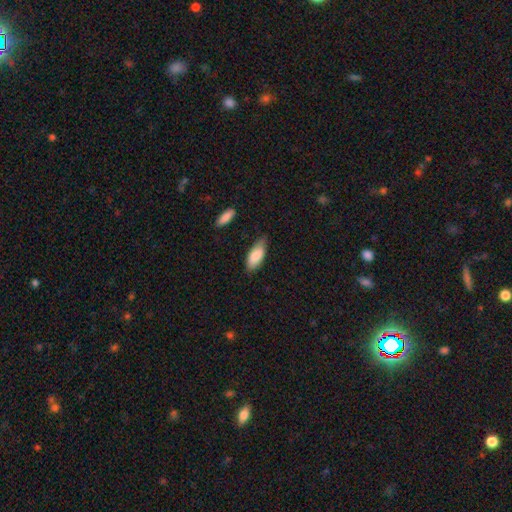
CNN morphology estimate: smooth_or_featured: smooth (p=0.85) [alt: featured or disk p=0.09]
how_rounded: in between (p=0.82) [alt: cigar-shaped p=0.16]
merging: none (p=0.66) [alt: minor disturbance p=0.28]